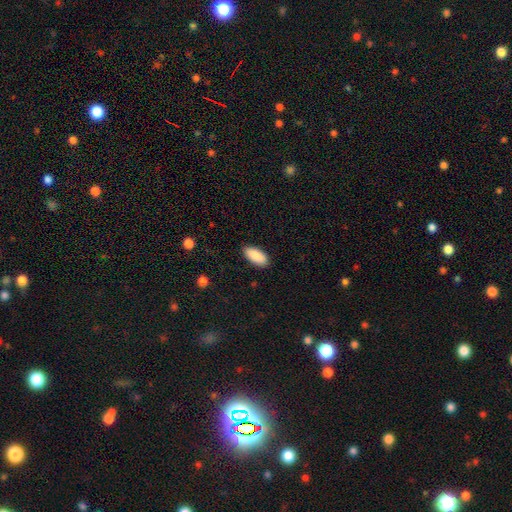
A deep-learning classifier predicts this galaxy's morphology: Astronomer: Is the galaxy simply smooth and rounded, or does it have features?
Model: smooth — 89%.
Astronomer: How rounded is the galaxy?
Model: in between — 90%.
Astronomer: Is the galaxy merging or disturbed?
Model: none — 88%.